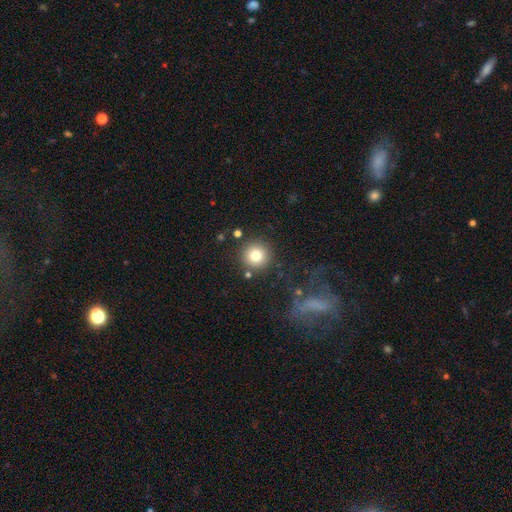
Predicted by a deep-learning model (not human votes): Smooth or featured? smooth (80%)
How rounded? round (95%)
Merging? none (86%)